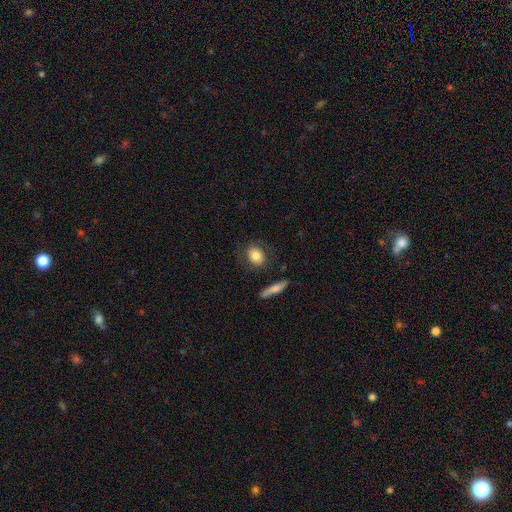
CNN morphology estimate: A smooth galaxy with no disk features (77%) that is in between round and cigar-shaped (51%).

Vote fractions:
- Smooth or featured? smooth: 77% / featured or disk: 15% / star or artifact: 7%
- How rounded? in between: 51% / round: 46% / cigar-shaped: 3%
- Merging? none: 75% / minor disturbance: 14% / major disturbance: 7% / merger: 4%